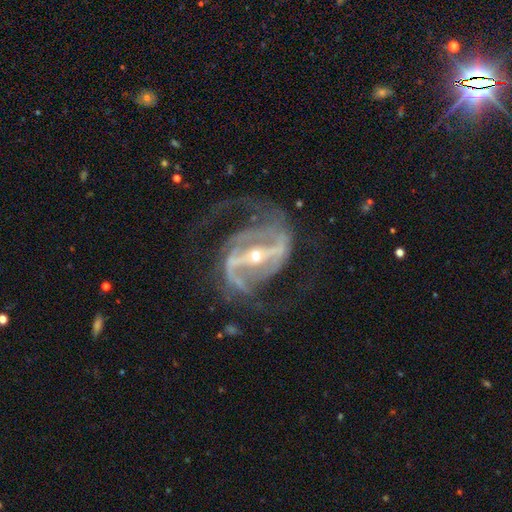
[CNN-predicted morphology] smooth_or_featured: featured or disk (p=0.92) [alt: star or artifact p=0.05]
disk_edge_on: no (p=0.95) [alt: yes p=0.05]
bar: strong (p=0.80) [alt: weak p=0.15]
has_spiral_arms: yes (p=0.96) [alt: no p=0.04]
spiral_winding: medium (p=0.53) [alt: loose p=0.30]
spiral_arm_count: 2 (p=0.85) [alt: 3 p=0.05]
bulge_size: small (p=0.63) [alt: moderate p=0.33]
merging: none (p=0.64) [alt: major disturbance p=0.20]